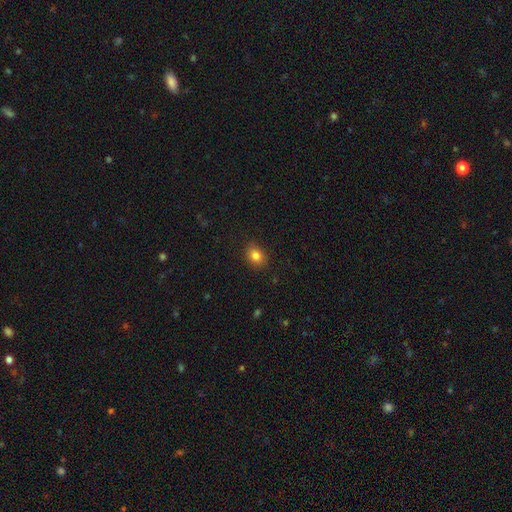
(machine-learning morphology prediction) A smooth galaxy with no disk features (82%) that is in between round and cigar-shaped (56%).

Vote fractions:
- Smooth or featured? smooth: 82% / star or artifact: 11% / featured or disk: 7%
- How rounded? in between: 56% / round: 43% / cigar-shaped: 1%
- Merging? none: 85% / minor disturbance: 12% / major disturbance: 2% / merger: 1%